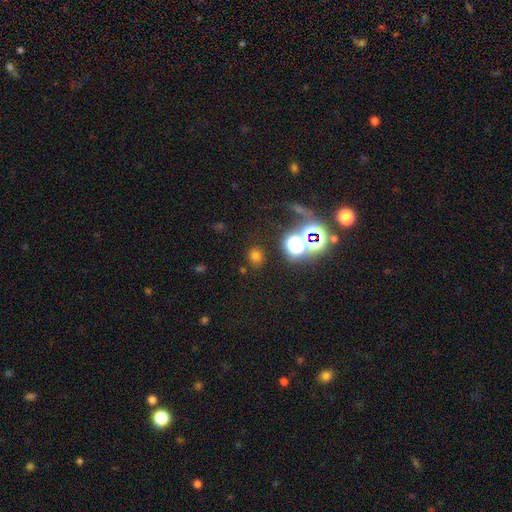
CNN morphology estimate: Overall: smooth (63%; star or artifact 31%). How rounded: round (73%). Merging: none (82%).